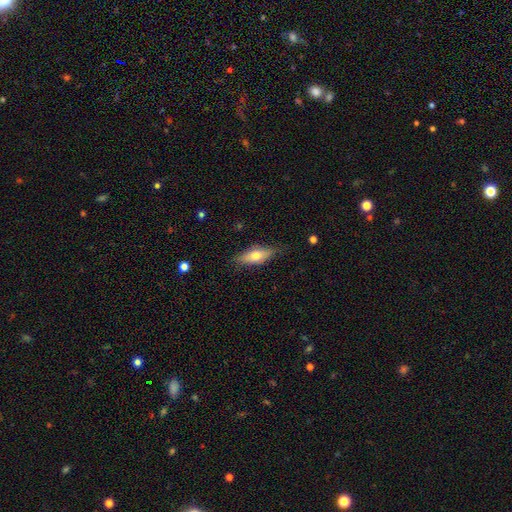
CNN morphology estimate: Smooth or featured? Predicted: smooth (p=0.64). How rounded? Predicted: in between (p=0.70). Merging? Predicted: none (p=0.77).